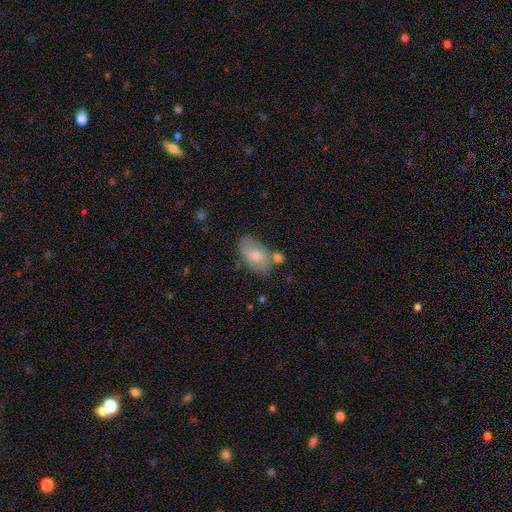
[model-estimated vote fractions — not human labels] Smooth or featured: smooth — 62% (featured or disk — 30%)
How rounded: in between — 90% (round — 8%)
Merging: none — 67% (minor disturbance — 18%)